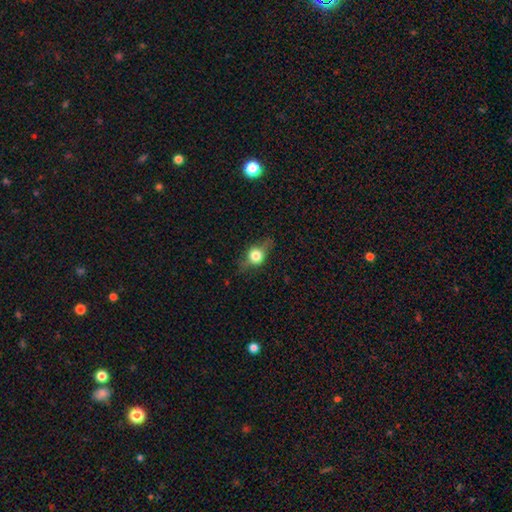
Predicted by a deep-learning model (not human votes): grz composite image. It shows a smooth galaxy with no disk features (58%) that is round (56%). Merging: none (70%).